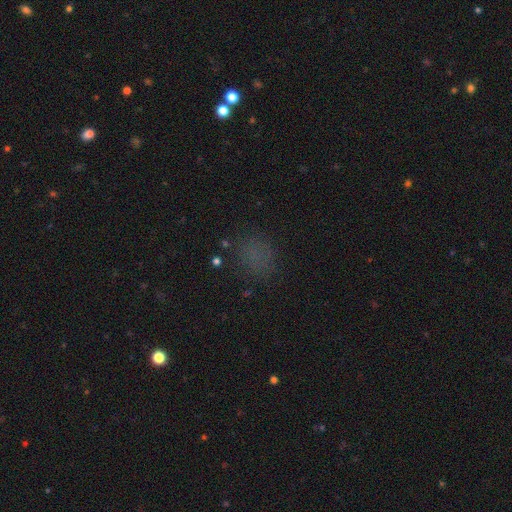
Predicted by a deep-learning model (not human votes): Smooth or featured? Predicted: smooth (p=0.64). How rounded? Predicted: round (p=0.69). Merging? Predicted: none (p=0.79).